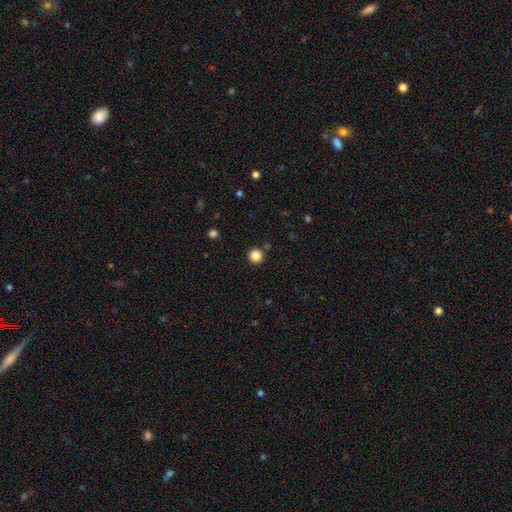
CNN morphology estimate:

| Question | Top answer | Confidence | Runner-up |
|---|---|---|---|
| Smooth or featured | smooth | 85% | star or artifact (12%) |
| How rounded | round | 95% | in between (4%) |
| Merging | none | 90% | minor disturbance (5%) |